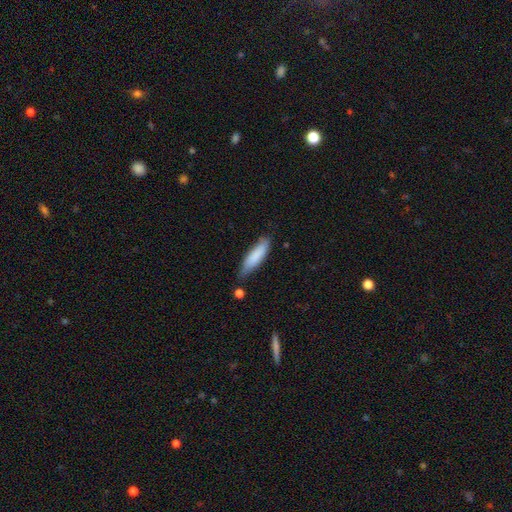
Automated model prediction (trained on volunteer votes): Q: Smooth or featured?
A: smooth (83%); runner-up: featured or disk (11%)
Q: How rounded?
A: cigar-shaped (66%); runner-up: in between (32%)
Q: Merging?
A: none (63%); runner-up: minor disturbance (28%)